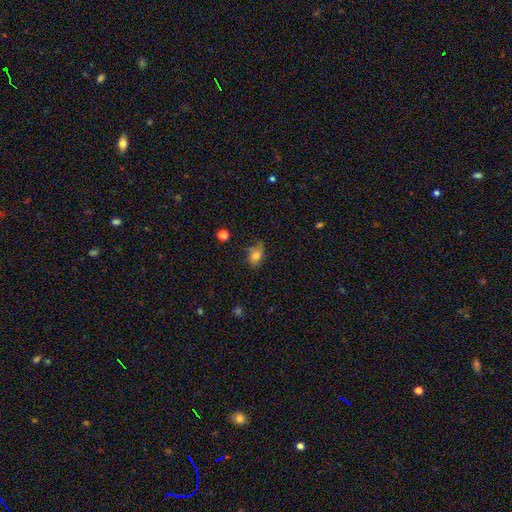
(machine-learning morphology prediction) Smooth or featured?
  - smooth: 69% *
  - featured or disk: 17%
  - star or artifact: 14%
How rounded?
  - in between: 70% *
  - round: 27%
  - cigar-shaped: 2%
Merging?
  - none: 54% *
  - minor disturbance: 29%
  - major disturbance: 13%
  - merger: 3%